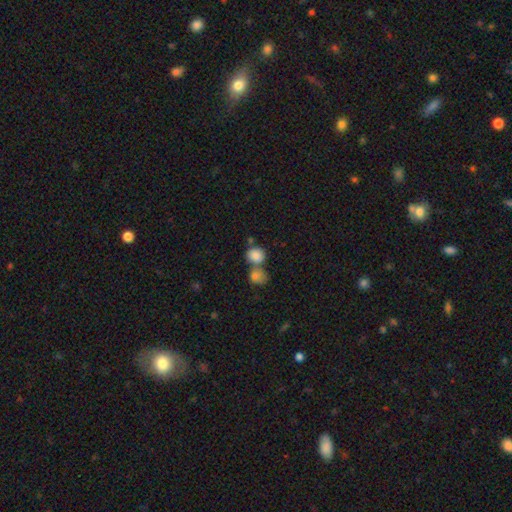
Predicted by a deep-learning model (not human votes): Q: Smooth or featured?
A: smooth (84%); runner-up: star or artifact (9%)
Q: How rounded?
A: round (71%); runner-up: in between (27%)
Q: Merging?
A: merger (50%); runner-up: none (38%)